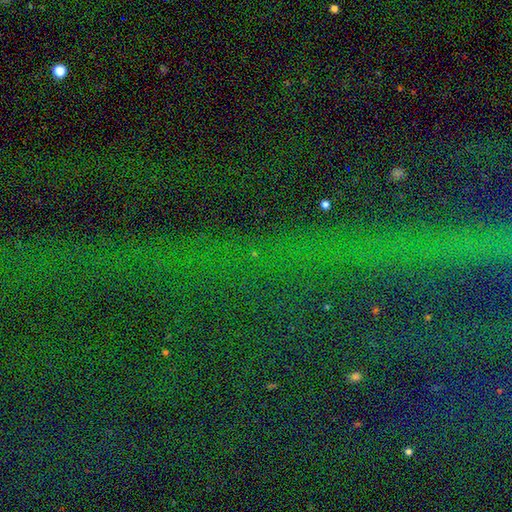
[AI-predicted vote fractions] This is clearly a star or artifact rather than a galaxy (81%).